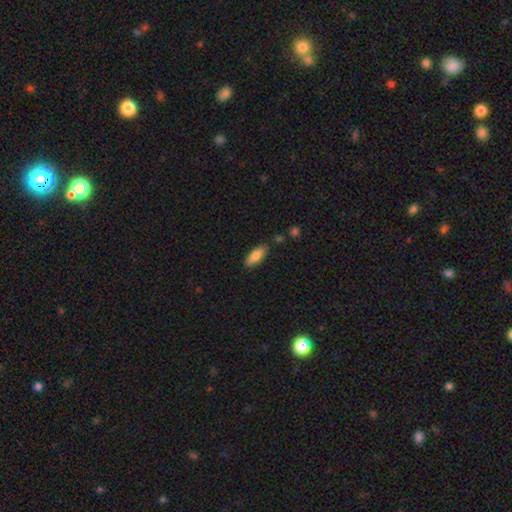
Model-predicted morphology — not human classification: Overall: smooth (82%). How rounded: in between (65%; cigar-shaped 33%). Merging: none (82%).